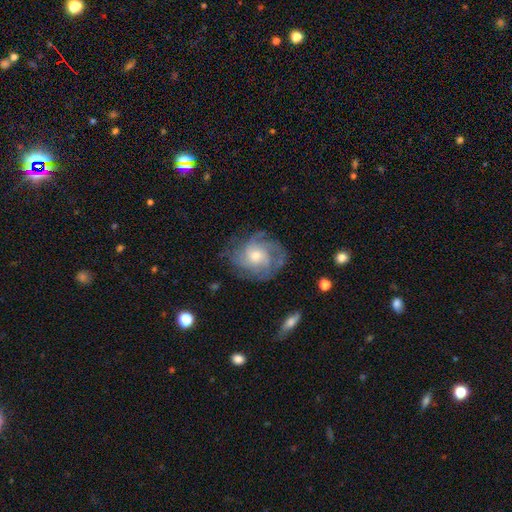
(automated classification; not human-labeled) A featured or disk galaxy (82%) with no bar (74%), tight (57%) spiral arms (95%) and a moderate central bulge (56%). Merging: none (75%).